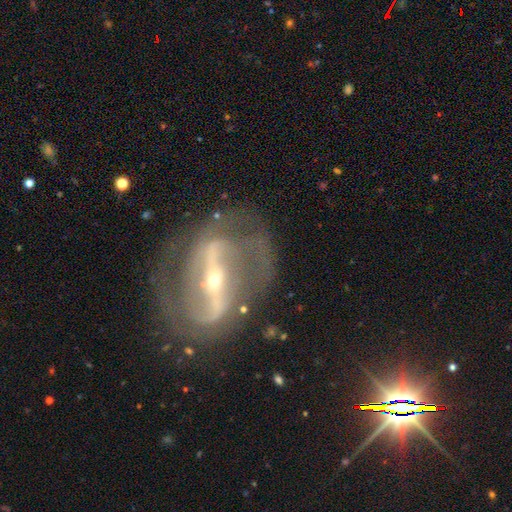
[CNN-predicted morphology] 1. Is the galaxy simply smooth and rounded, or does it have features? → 89% featured or disk, 6% star or artifact, 4% smooth.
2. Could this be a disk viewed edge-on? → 93% no, 7% yes.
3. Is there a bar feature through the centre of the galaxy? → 77% strong, 14% weak, 9% no.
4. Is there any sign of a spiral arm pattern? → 89% yes, 11% no.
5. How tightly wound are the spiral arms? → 46% medium, 33% loose, 21% tight.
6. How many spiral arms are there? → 88% 2, 5% can't tell, 2% 3, 2% 1, 1% 4, 1% more than 4.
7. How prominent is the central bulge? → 79% small, 17% moderate, 1% large, 1% dominant, 1% none.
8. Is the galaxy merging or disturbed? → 68% none, 16% minor disturbance, 14% major disturbance, 2% merger.